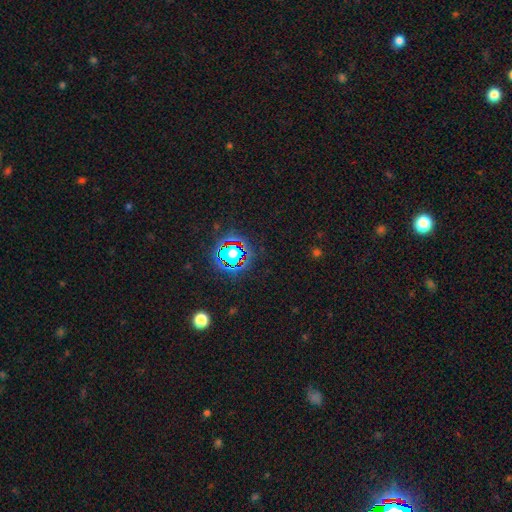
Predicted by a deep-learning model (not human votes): Q: Smooth or featured?
A: star or artifact (77%); runner-up: smooth (16%)